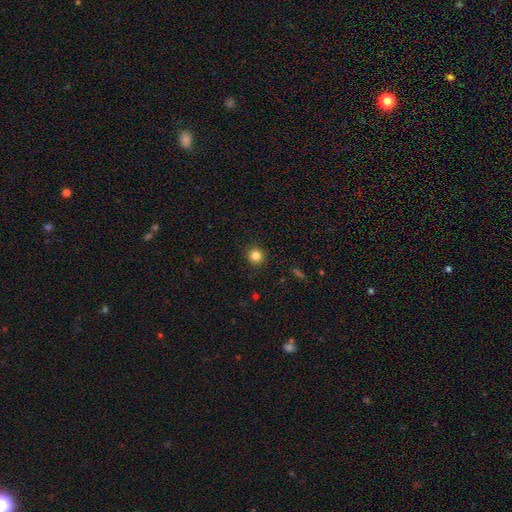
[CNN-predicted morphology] The model was most divided on "smooth or featured": smooth: 83%, star or artifact: 12%, featured or disk: 5%. More confident: how rounded — round (93%); merging — none (91%).